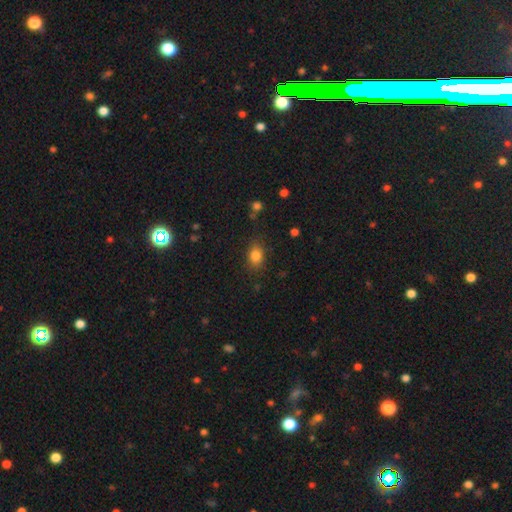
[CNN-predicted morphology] Smooth or featured? smooth (83%)
How rounded? in between (67%)
Merging? none (81%)